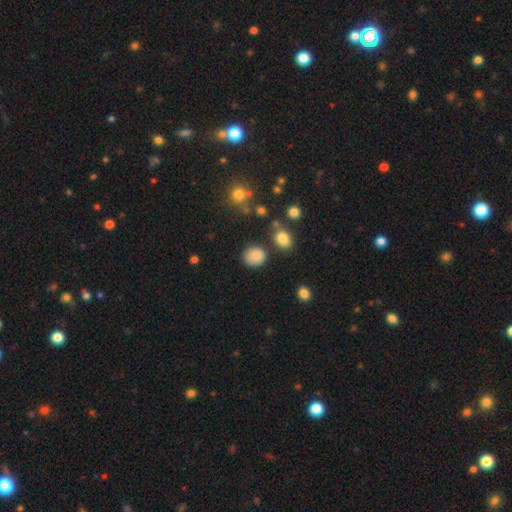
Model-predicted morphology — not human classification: This appears to be a smooth galaxy with no disk features (82%) that is round (82%). Merging: none (81%).